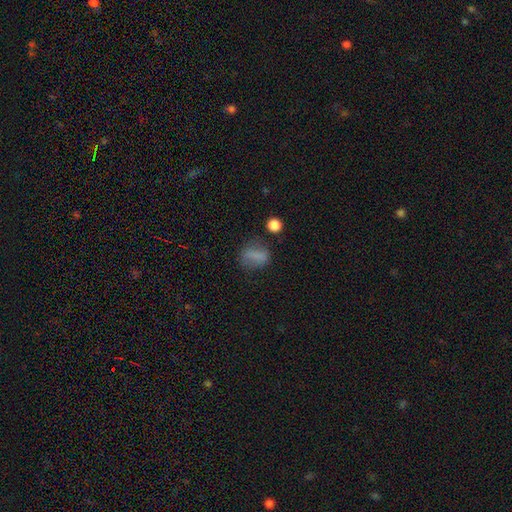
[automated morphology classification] The model was most divided on "how rounded": in between: 57%, round: 38%, cigar-shaped: 6%. More confident: smooth or featured — smooth (74%); merging — none (65%).